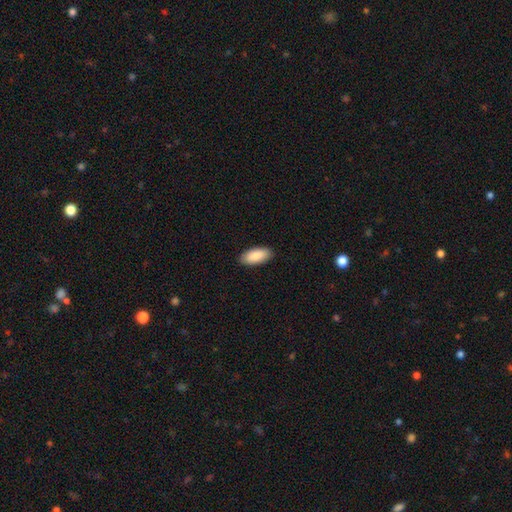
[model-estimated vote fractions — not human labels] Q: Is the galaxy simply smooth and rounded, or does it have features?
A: smooth — 89%.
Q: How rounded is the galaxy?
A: in between — 91%.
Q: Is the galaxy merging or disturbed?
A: none — 89%.